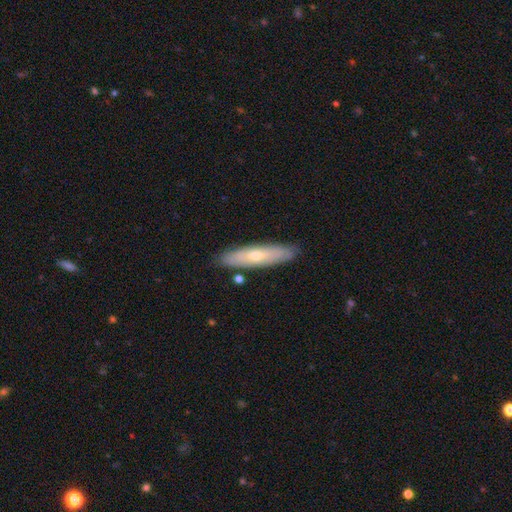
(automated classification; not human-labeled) This appears to be a smooth galaxy with no disk features (49%). Merging: none (85%).